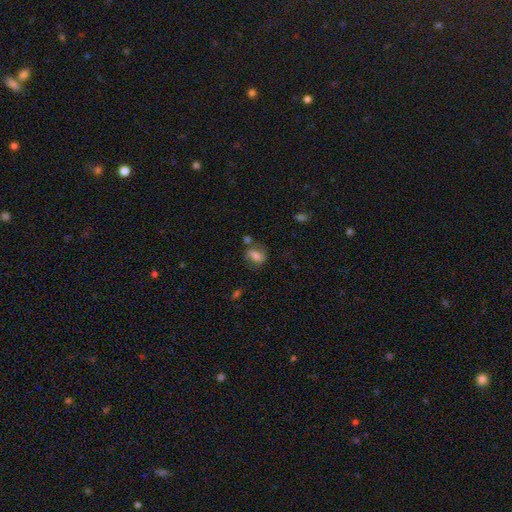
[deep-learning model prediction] The model was most divided on "smooth or featured": featured or disk: 46%, smooth: 44%, star or artifact: 10%. More confident: merging — none (60%).